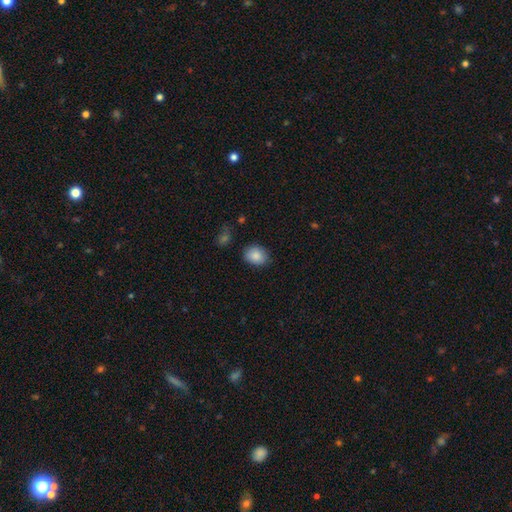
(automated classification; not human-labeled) Smooth or featured? Predicted: smooth (p=0.87). How rounded? Predicted: in between (p=0.51). Merging? Predicted: none (p=0.82).